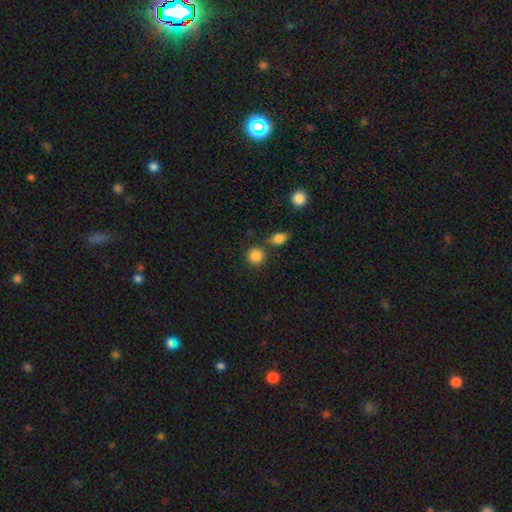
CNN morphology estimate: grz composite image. It shows a smooth galaxy with no disk features (85%) that is round (89%). Merging: none (76%).